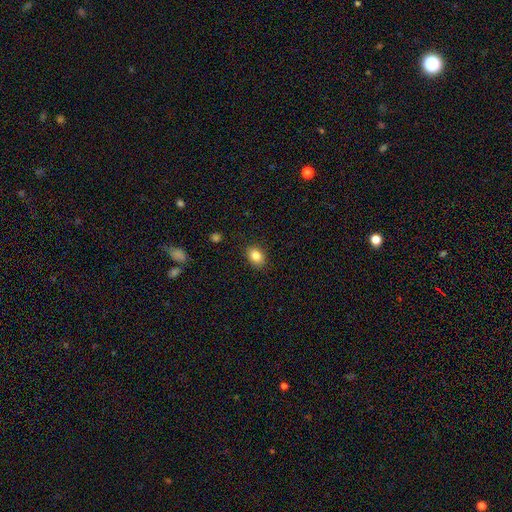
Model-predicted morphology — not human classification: This is clearly a smooth galaxy (84%). How rounded: likely in between (73%). Merging: clearly none (87%).